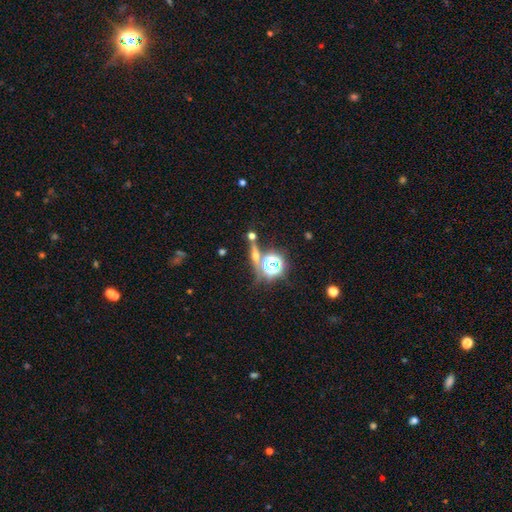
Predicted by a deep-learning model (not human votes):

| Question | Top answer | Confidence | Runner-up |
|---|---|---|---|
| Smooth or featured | star or artifact | 38% | featured or disk (34%) |